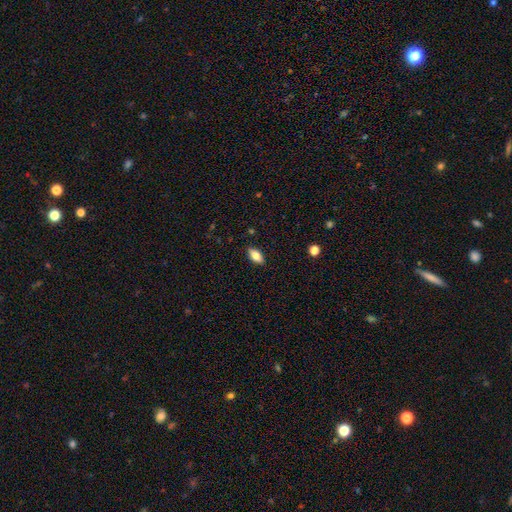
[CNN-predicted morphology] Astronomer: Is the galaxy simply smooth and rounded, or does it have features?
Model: smooth — 79%.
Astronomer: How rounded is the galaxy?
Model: in between — 88%.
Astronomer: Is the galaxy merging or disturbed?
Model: none — 88%.